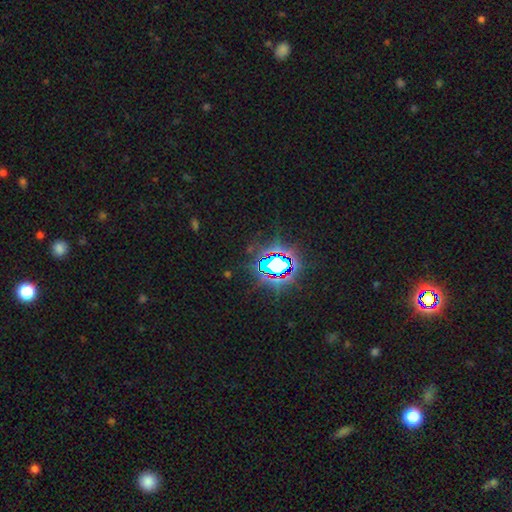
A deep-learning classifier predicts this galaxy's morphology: smooth-or-featured: star or artifact: 81% | smooth: 12% | featured or disk: 7%